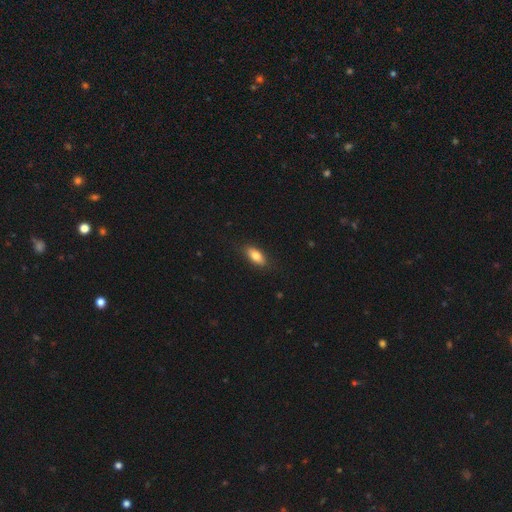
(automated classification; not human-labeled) This appears to be a smooth galaxy with no disk features (80%) that is in between round and cigar-shaped (82%). Merging: none (84%).